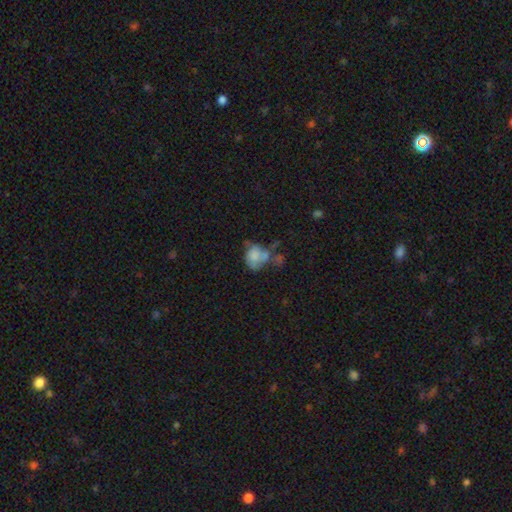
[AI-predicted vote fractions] Overall: smooth (64%; featured or disk 26%). How rounded: in between (53%; round 46%). Merging: merger (34%; none 24%).